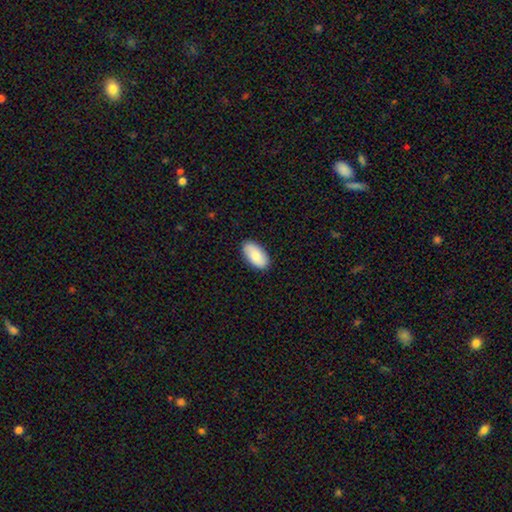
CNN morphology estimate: type=smooth (80%); roundness=in between (95%); merging=none (87%).